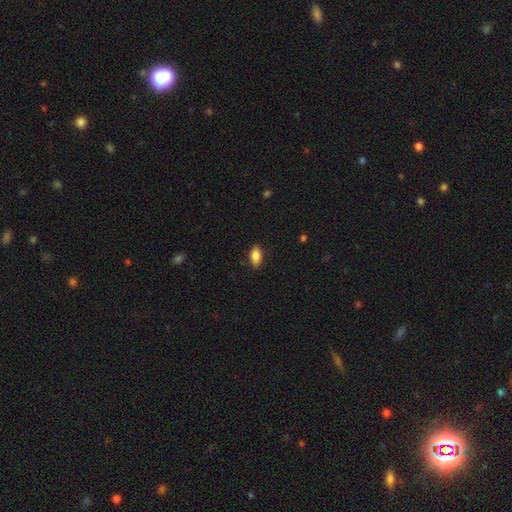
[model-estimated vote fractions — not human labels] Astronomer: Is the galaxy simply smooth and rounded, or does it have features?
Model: smooth — 84%.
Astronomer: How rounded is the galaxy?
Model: in between — 88%.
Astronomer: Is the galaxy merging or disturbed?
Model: none — 87%.